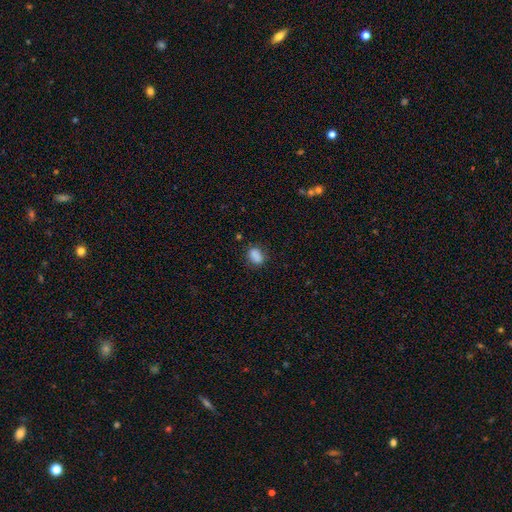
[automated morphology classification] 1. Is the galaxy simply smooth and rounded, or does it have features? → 85% smooth, 10% star or artifact, 5% featured or disk.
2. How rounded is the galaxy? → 78% in between, 20% round, 2% cigar-shaped.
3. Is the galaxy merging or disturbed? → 75% none, 18% minor disturbance, 5% major disturbance, 3% merger.